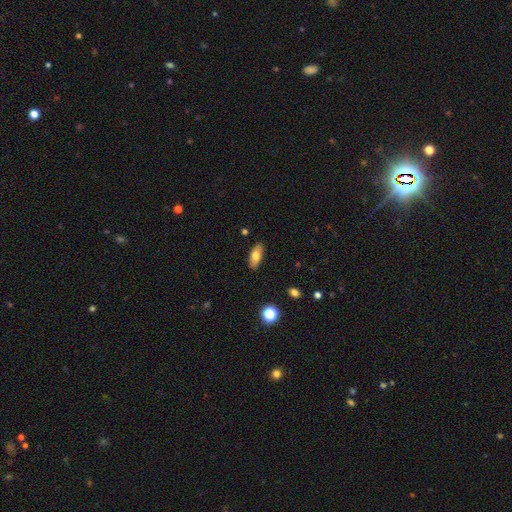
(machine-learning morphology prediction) smooth 74%, featured or disk 19%, star or artifact 7%. Down the decision tree: how rounded — in between (81%); merging — none (87%).